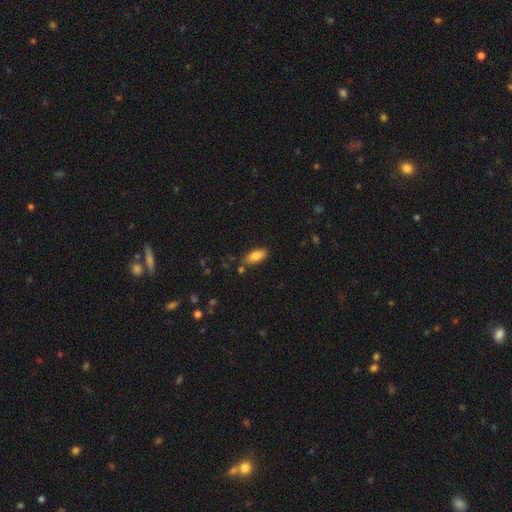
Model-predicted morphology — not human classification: A smooth galaxy with no disk features (81%) that is in between round and cigar-shaped (85%). Merging: none (80%).